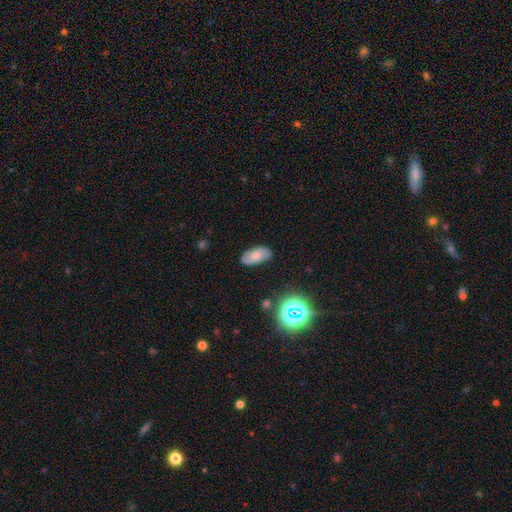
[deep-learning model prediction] Q: Smooth or featured?
A: smooth (54%); runner-up: featured or disk (35%)
Q: How rounded?
A: in between (91%); runner-up: round (5%)
Q: Merging?
A: none (76%); runner-up: minor disturbance (18%)